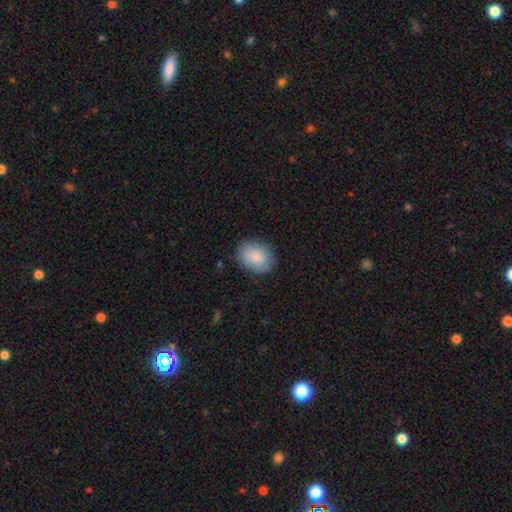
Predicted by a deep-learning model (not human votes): Smooth or featured?
  - smooth: 87% *
  - star or artifact: 7%
  - featured or disk: 6%
How rounded?
  - in between: 67% *
  - round: 32%
  - cigar-shaped: 1%
Merging?
  - none: 84% *
  - minor disturbance: 12%
  - major disturbance: 3%
  - merger: 1%